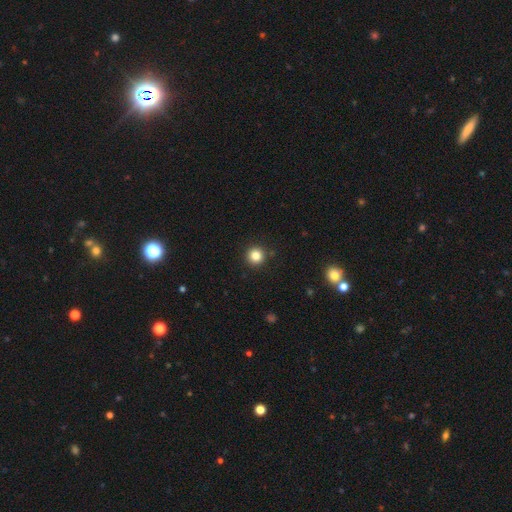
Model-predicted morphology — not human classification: The model was most divided on "smooth or featured": smooth: 84%, star or artifact: 12%, featured or disk: 5%. More confident: how rounded — round (95%); merging — none (92%).